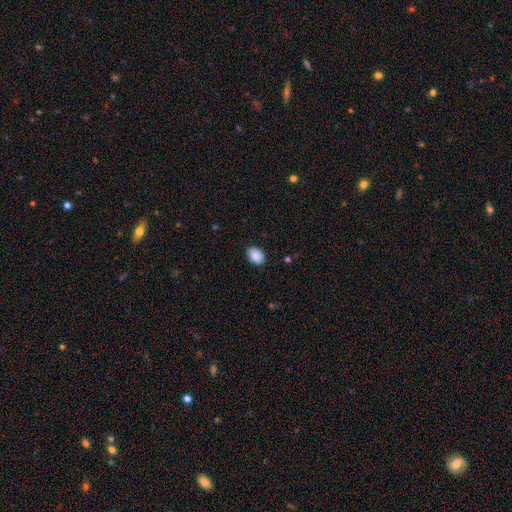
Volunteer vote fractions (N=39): Q: Smooth or featured?
A: smooth (92%); runner-up: star or artifact (8%)
Q: How rounded?
A: in between (78%); runner-up: round (22%)
Q: Merging?
A: none (86%); runner-up: minor disturbance (8%)